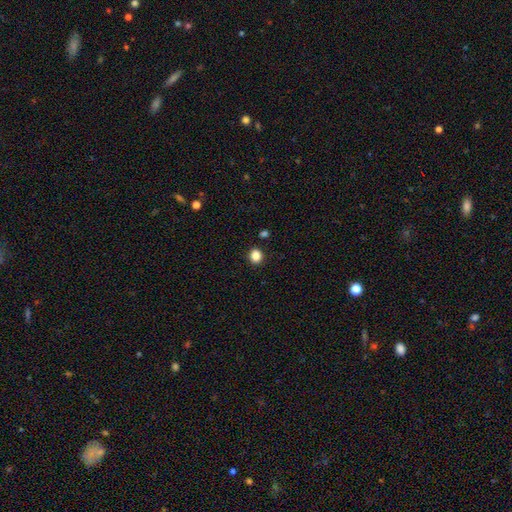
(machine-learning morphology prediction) Smooth or featured? Predicted: smooth (p=0.85). How rounded? Predicted: round (p=0.78). Merging? Predicted: none (p=0.90).